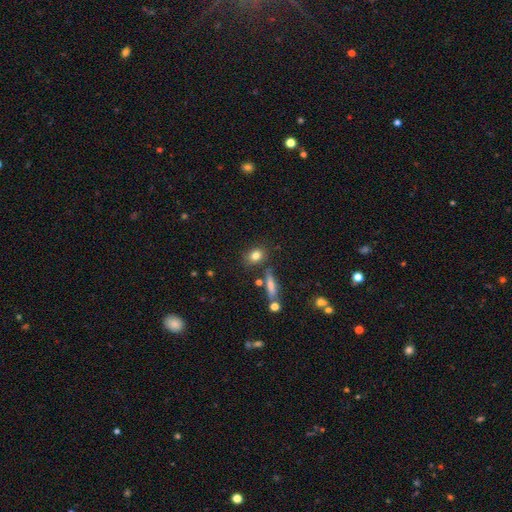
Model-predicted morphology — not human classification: smooth_or_featured: smooth (p=0.79) [alt: star or artifact p=0.10]
how_rounded: round (p=0.50) [alt: in between p=0.44]
merging: none (p=0.75) [alt: minor disturbance p=0.12]